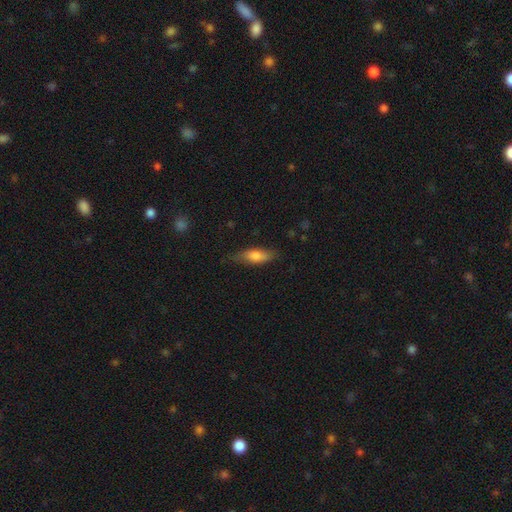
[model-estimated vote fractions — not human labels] Smooth or featured? Predicted: smooth (p=0.73). How rounded? Predicted: in between (p=0.58). Merging? Predicted: none (p=0.76).